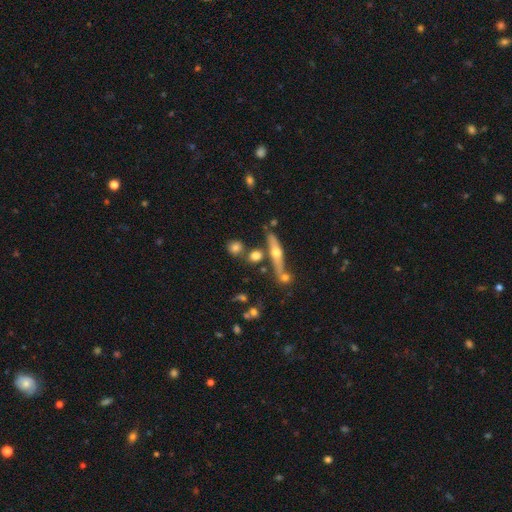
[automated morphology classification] Overall: featured or disk (46%; smooth 44%). Merging: none (67%).